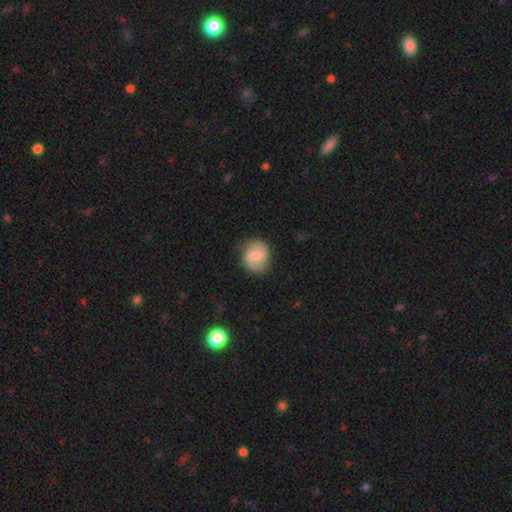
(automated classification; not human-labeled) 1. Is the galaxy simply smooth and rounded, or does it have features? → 57% smooth, 36% featured or disk, 7% star or artifact.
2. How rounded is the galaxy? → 73% round, 26% in between, 1% cigar-shaped.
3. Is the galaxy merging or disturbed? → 76% none, 19% minor disturbance, 5% major disturbance, 1% merger.